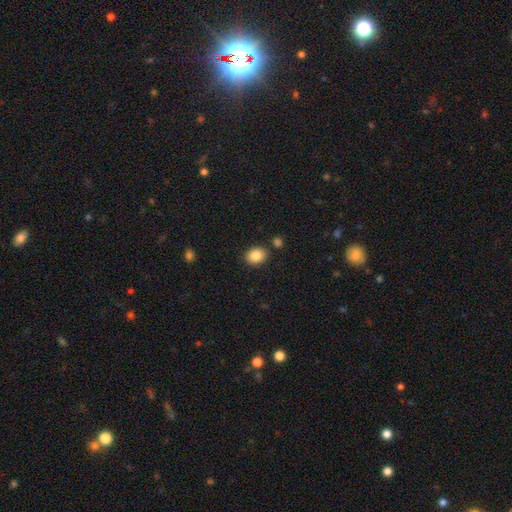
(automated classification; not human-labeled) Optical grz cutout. It shows a smooth galaxy with no disk features (85%) that is in between round and cigar-shaped (54%). Merging: none (85%).